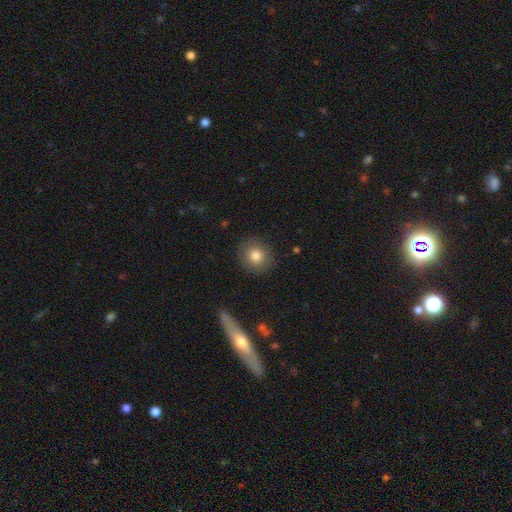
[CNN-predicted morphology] The model was most divided on "smooth or featured": smooth: 81%, featured or disk: 9%, star or artifact: 9%. More confident: merging — none (88%); how rounded — round (86%).